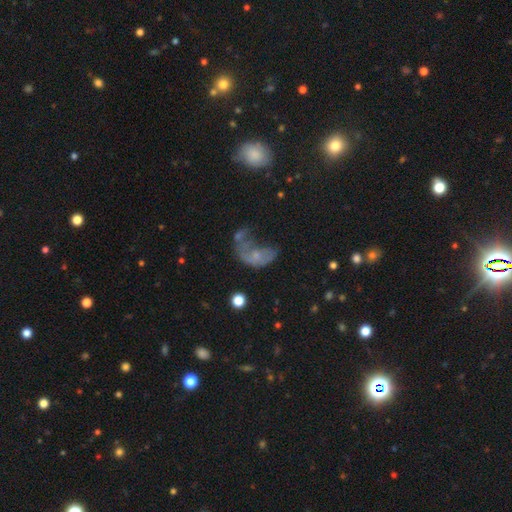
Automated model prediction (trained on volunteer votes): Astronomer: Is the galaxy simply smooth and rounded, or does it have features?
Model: featured or disk — 49% (runner-up: smooth, 35%).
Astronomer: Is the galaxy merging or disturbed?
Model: major disturbance — 50%.